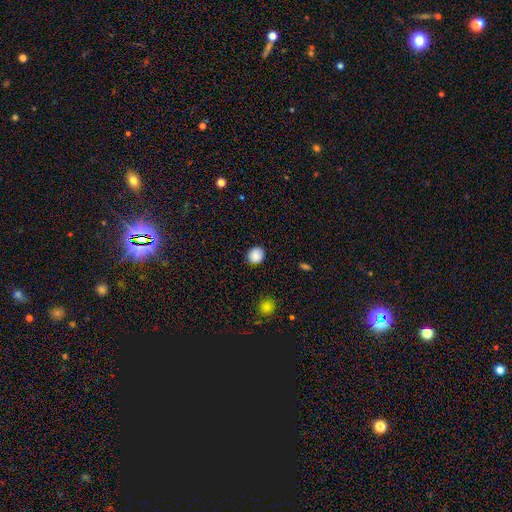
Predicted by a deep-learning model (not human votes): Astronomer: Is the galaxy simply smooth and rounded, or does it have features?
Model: smooth — 88%.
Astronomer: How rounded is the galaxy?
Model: round — 84%.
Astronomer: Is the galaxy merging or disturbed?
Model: none — 90%.